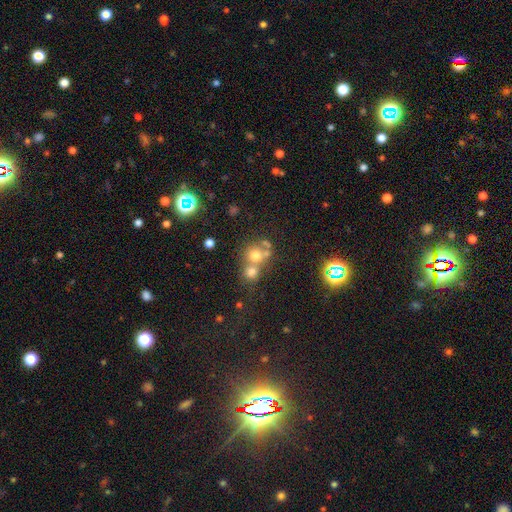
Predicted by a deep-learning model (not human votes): Smooth or featured? smooth (56%)
How rounded? round (83%)
Merging? merger (50%)